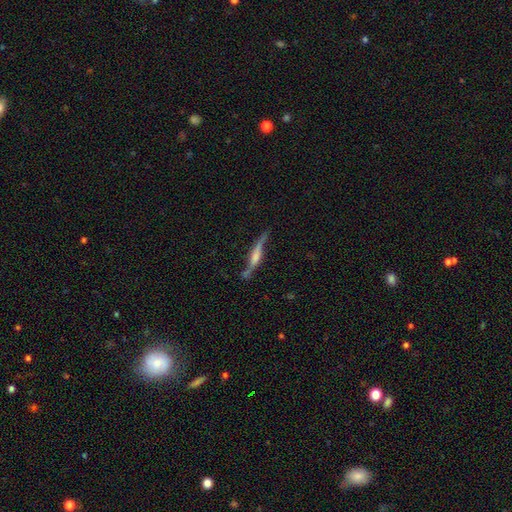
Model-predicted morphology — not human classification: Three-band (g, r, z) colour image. It shows a featured or disk galaxy (66%) viewed edge-on (80%) with a rounded central bulge (48%). Merging: none (58%).